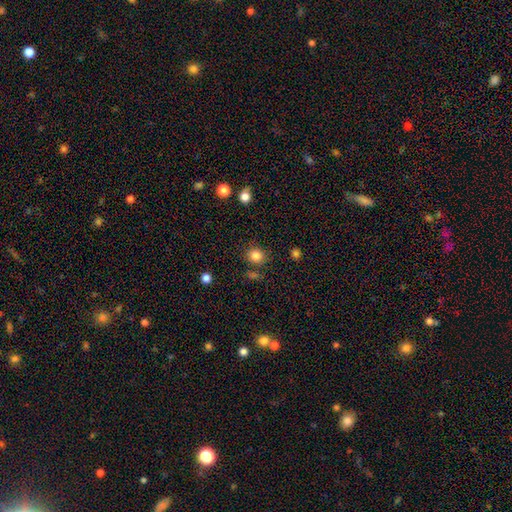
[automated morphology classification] smooth_or_featured: smooth (p=0.83) [alt: star or artifact p=0.11]
how_rounded: round (p=0.79) [alt: in between p=0.20]
merging: none (p=0.80) [alt: minor disturbance p=0.10]